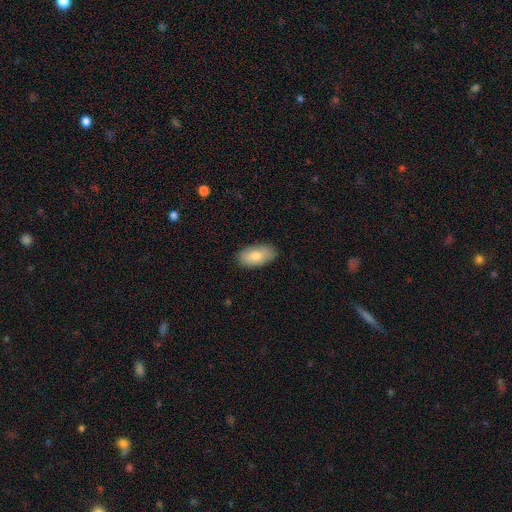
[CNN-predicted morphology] This appears to be a smooth galaxy with no disk features (75%) that is in between round and cigar-shaped (94%). Merging: none (86%).